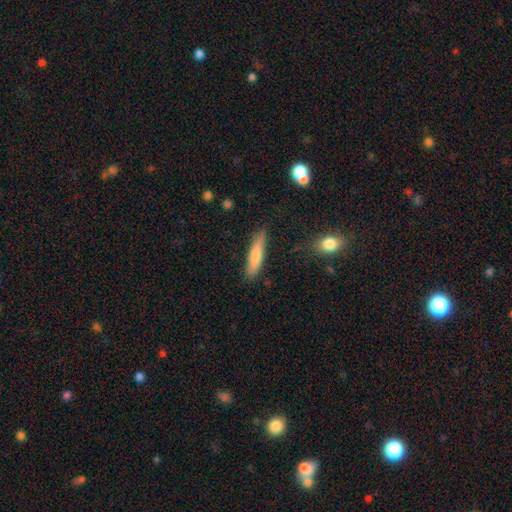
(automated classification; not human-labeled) Smooth or featured?
  - smooth: 74% *
  - featured or disk: 20%
  - star or artifact: 6%
How rounded?
  - cigar-shaped: 85% *
  - in between: 13%
  - round: 1%
Merging?
  - none: 84% *
  - minor disturbance: 12%
  - major disturbance: 2%
  - merger: 2%